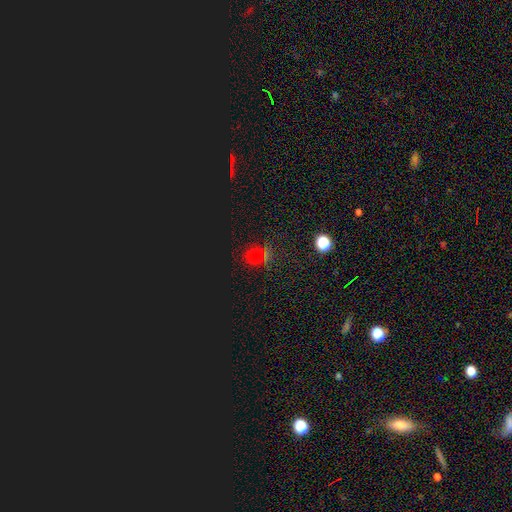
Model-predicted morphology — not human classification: Smooth or featured?
  - star or artifact: 48% *
  - smooth: 46%
  - featured or disk: 6%